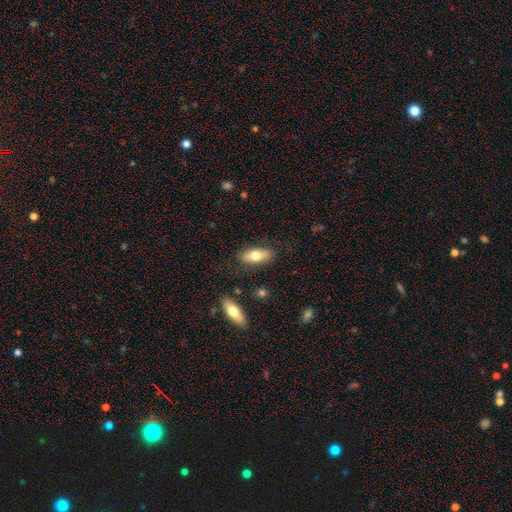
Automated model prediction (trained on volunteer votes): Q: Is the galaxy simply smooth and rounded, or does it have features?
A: smooth — 68%.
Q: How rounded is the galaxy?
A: in between — 74%.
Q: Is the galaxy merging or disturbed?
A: none — 83%.